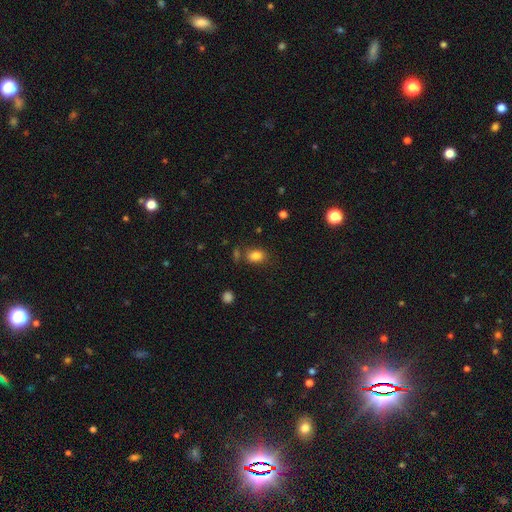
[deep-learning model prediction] Smooth or featured: smooth — 82% (star or artifact — 11%)
How rounded: in between — 72% (round — 27%)
Merging: none — 72% (minor disturbance — 14%)